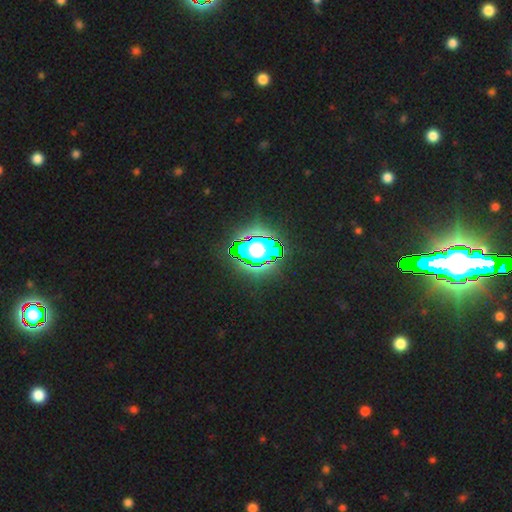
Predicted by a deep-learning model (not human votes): Morphology: type=star or artifact (79%).